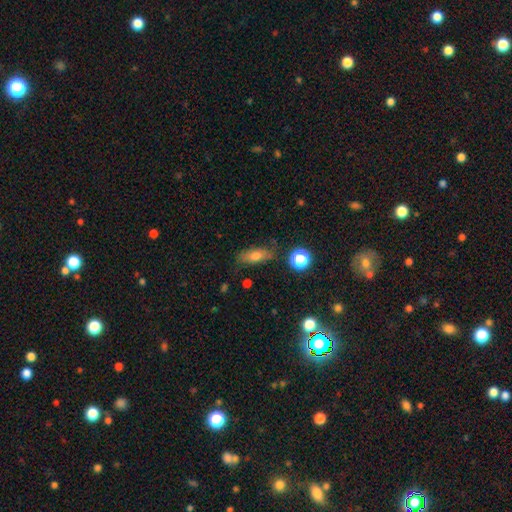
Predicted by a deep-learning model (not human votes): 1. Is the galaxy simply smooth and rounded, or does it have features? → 69% smooth, 18% featured or disk, 12% star or artifact.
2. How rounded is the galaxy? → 69% in between, 22% cigar-shaped, 9% round.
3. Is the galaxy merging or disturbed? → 76% none, 16% minor disturbance, 5% major disturbance, 3% merger.